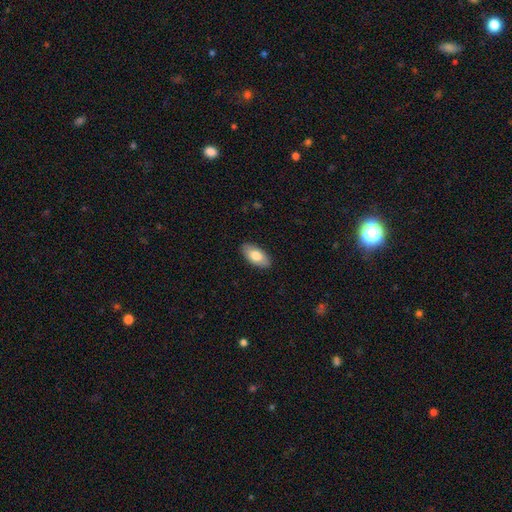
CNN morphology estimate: smooth 78%, featured or disk 17%, star or artifact 6%. Down the decision tree: how rounded — in between (93%); merging — none (88%).